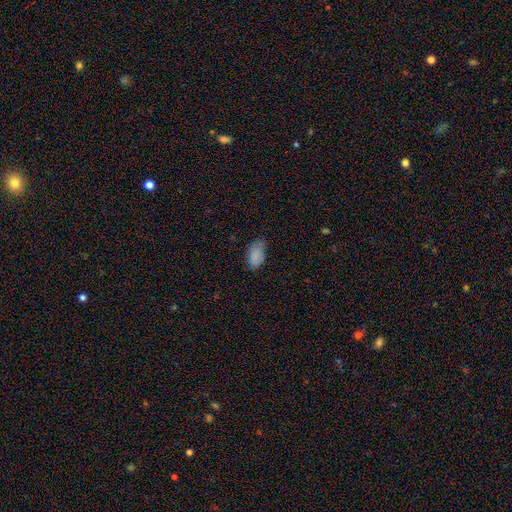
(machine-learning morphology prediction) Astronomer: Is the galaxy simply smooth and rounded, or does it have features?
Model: smooth — 86%.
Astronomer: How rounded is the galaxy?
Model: in between — 93%.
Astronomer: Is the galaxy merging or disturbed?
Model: none — 69%.